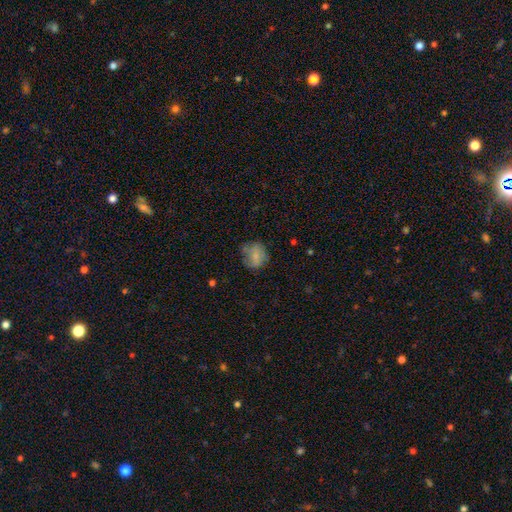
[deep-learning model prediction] Smooth or featured? Predicted: smooth (p=0.76). How rounded? Predicted: round (p=0.63). Merging? Predicted: none (p=0.58).